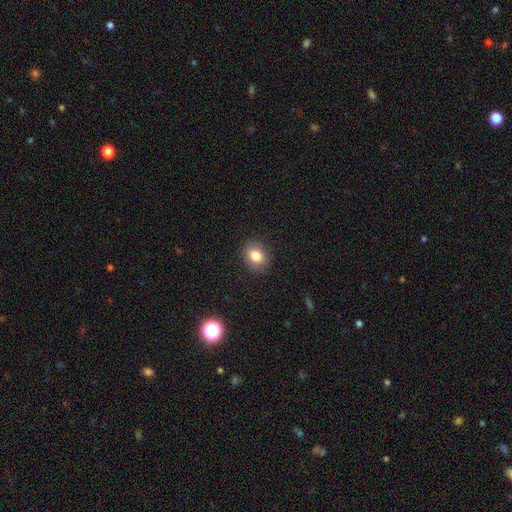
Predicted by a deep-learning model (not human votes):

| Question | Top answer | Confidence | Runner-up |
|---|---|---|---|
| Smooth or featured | smooth | 81% | star or artifact (10%) |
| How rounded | round | 51% | in between (48%) |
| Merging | none | 89% | minor disturbance (8%) |